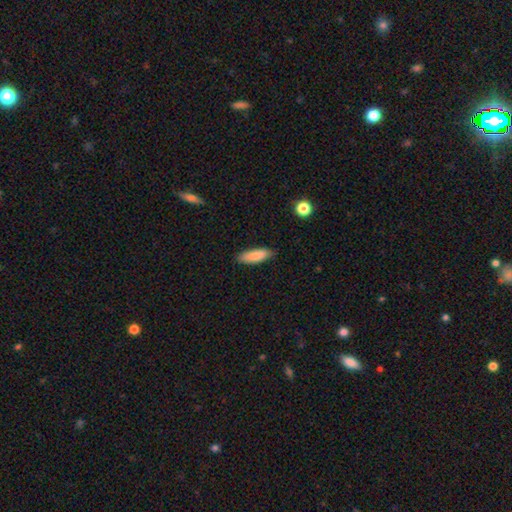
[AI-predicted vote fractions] Morphology: type=smooth (86%); roundness=in between (52%); merging=none (85%).